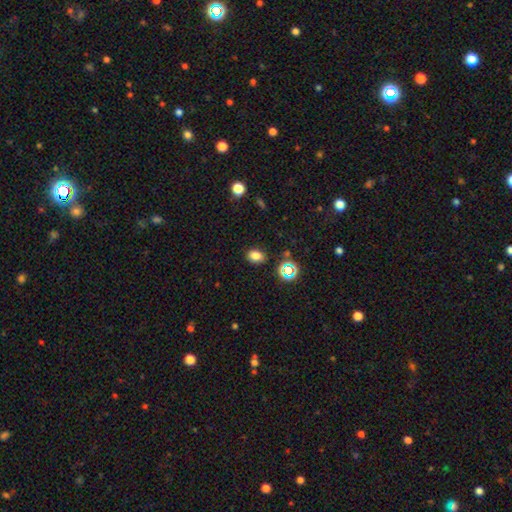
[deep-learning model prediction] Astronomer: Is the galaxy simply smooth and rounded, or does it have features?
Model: smooth — 77%.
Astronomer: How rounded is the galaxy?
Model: in between — 66%.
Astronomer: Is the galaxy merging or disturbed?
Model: none — 85%.